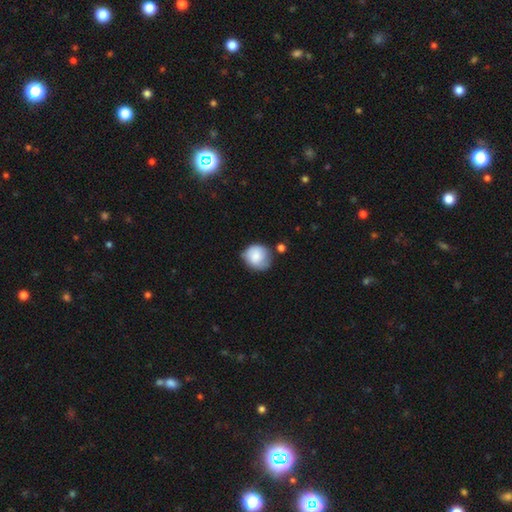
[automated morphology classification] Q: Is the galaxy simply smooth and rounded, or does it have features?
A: smooth — 76%.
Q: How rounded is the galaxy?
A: round — 81%.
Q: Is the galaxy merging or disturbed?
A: none — 59%.